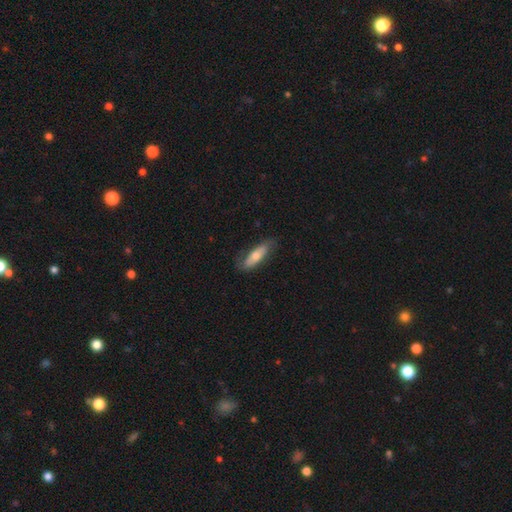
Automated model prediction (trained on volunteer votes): smooth 62%, featured or disk 32%, star or artifact 6%. Down the decision tree: how rounded — cigar-shaped (51%); merging — none (74%).